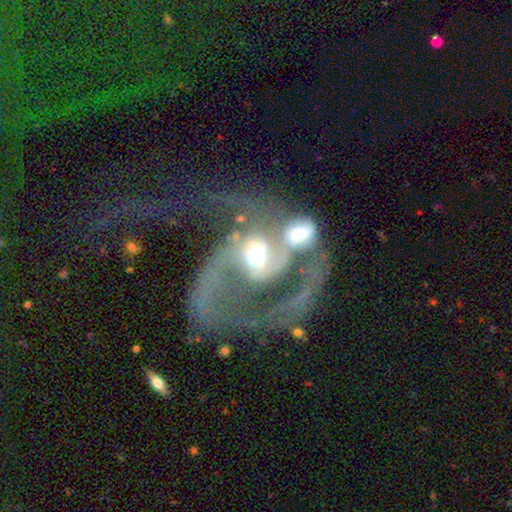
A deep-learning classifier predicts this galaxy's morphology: This appears to be a featured or disk galaxy (73%) with no bar (57%), 2 (57%) loose (59%) spiral arms (75%) and a moderate central bulge (53%). Merging: merger (68%).